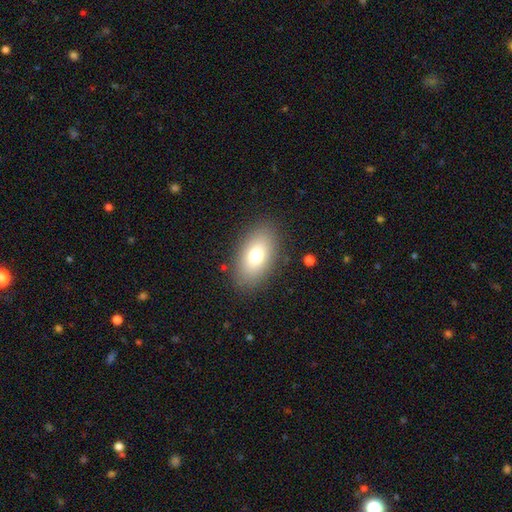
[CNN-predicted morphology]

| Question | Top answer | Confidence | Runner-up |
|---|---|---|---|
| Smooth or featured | smooth | 74% | featured or disk (17%) |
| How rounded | in between | 90% | round (7%) |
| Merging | none | 85% | minor disturbance (10%) |